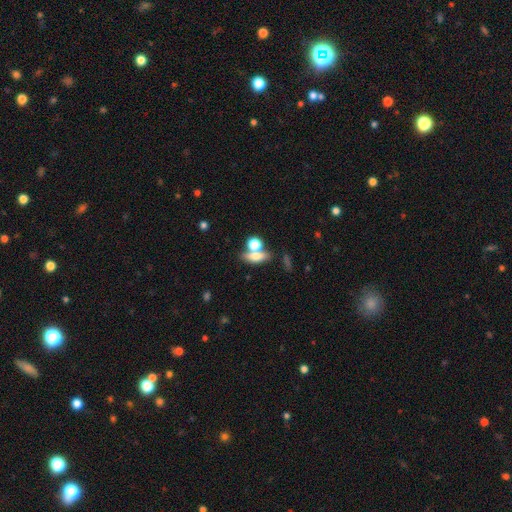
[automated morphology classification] type=smooth (66%); roundness=in between (57%); merging=none (50%).